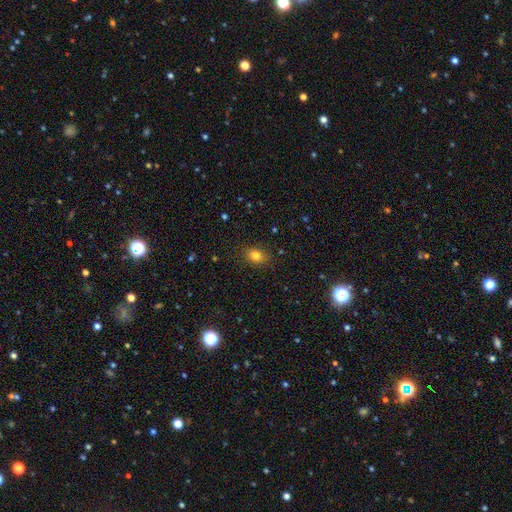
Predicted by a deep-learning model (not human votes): This is clearly a smooth galaxy (80%). How rounded: possibly in between (59%). Merging: clearly none (86%).